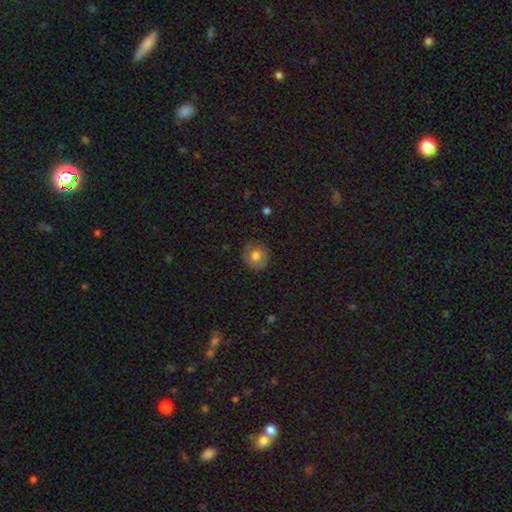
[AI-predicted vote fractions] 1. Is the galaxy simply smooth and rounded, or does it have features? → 75% smooth, 16% featured or disk, 9% star or artifact.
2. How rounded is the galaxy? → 87% round, 12% in between, 1% cigar-shaped.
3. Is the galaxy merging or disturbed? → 85% none, 11% minor disturbance, 3% major disturbance, 1% merger.